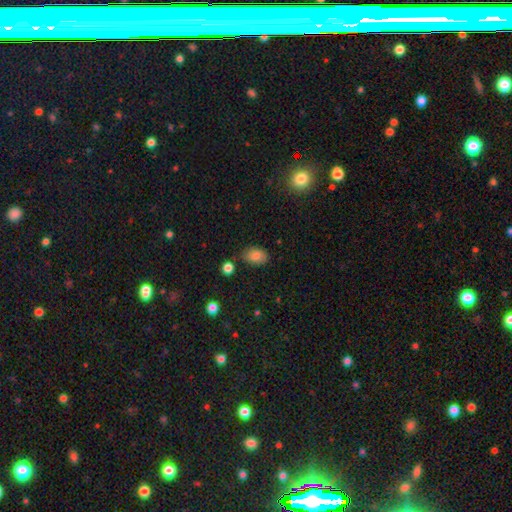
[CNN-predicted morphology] This appears to be a smooth galaxy with no disk features (83%) that is in between round and cigar-shaped (86%). Merging: none (78%).